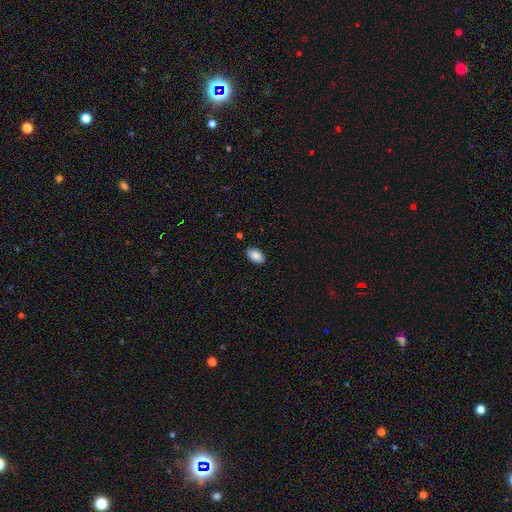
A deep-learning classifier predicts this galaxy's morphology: This is clearly a smooth galaxy (86%). How rounded: clearly in between (95%). Merging: clearly none (88%).